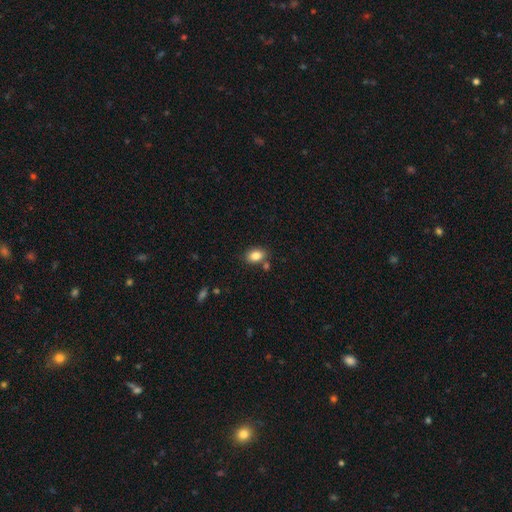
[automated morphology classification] smooth 84%, star or artifact 9%, featured or disk 7%. Down the decision tree: how rounded — in between (81%); merging — none (77%).